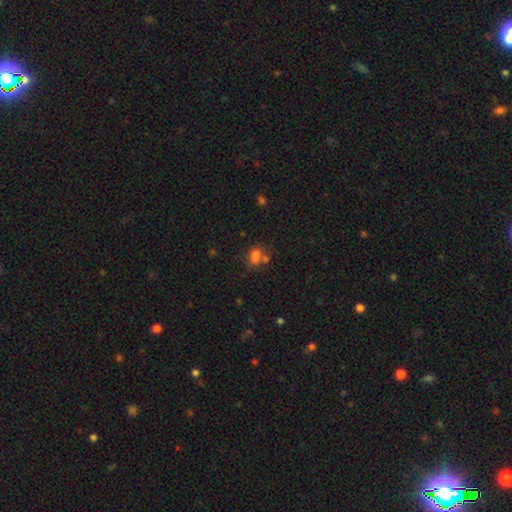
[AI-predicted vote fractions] Smooth or featured: smooth — 72% (star or artifact — 17%)
How rounded: in between — 64% (round — 34%)
Merging: none — 44% (merger — 32%)